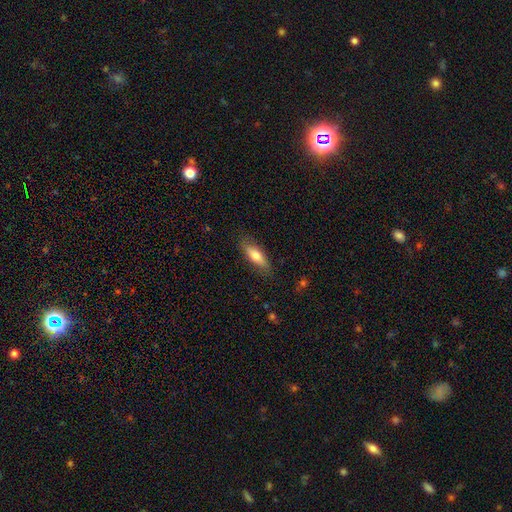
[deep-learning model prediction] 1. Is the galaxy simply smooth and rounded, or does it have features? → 66% smooth, 28% featured or disk, 6% star or artifact.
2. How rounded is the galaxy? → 53% in between, 44% cigar-shaped, 3% round.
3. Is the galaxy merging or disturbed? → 82% none, 14% minor disturbance, 3% major disturbance, 1% merger.